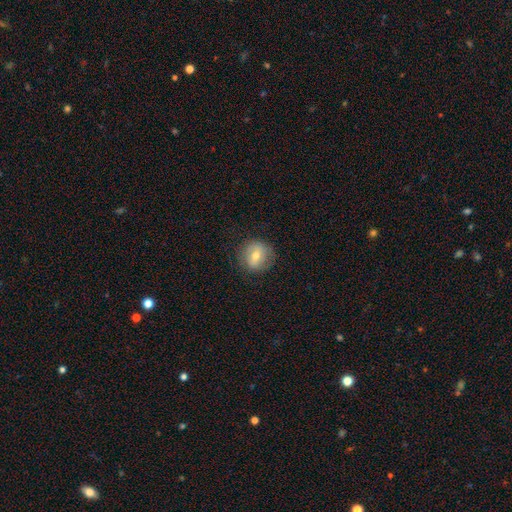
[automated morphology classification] smooth_or_featured: smooth (p=0.59) [alt: featured or disk p=0.32]
how_rounded: round (p=0.86) [alt: in between p=0.13]
merging: none (p=0.82) [alt: minor disturbance p=0.12]